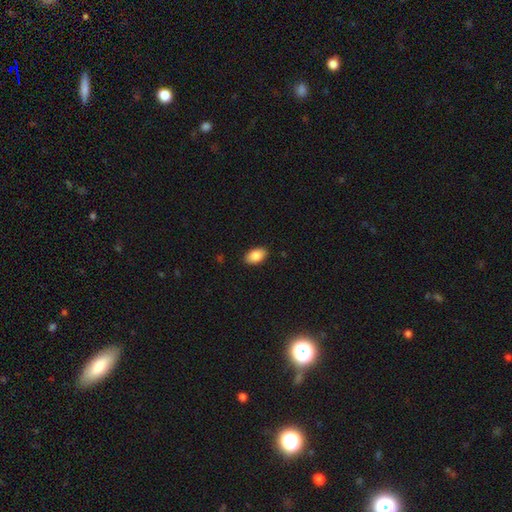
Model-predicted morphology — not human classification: Overall: smooth (87%). How rounded: in between (93%). Merging: none (89%).